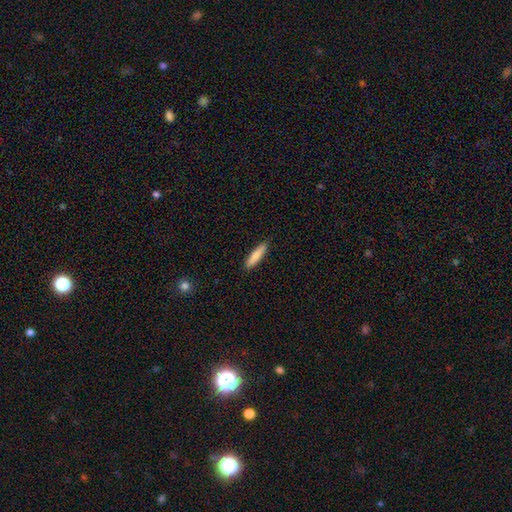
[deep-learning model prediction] A smooth galaxy with no disk features (84%) that is cigar-shaped (83%).

Vote fractions:
- Smooth or featured? smooth: 84% / featured or disk: 11% / star or artifact: 6%
- How rounded? cigar-shaped: 83% / in between: 16% / round: 1%
- Merging? none: 89% / minor disturbance: 8% / major disturbance: 2% / merger: 1%